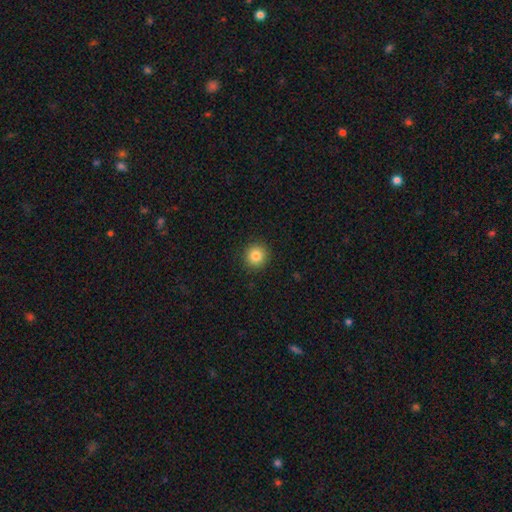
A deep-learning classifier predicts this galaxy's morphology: Smooth or featured? smooth (84%)
How rounded? round (92%)
Merging? none (92%)